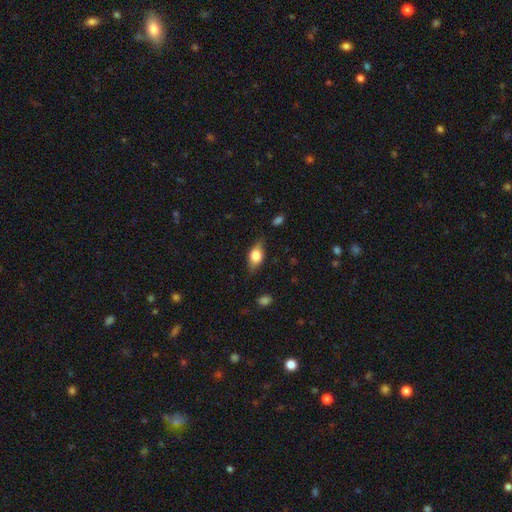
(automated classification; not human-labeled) smooth-or-featured: smooth: 63% | featured or disk: 29% | star or artifact: 8%
  how-rounded: in between: 79% | round: 12% | cigar-shaped: 9%
  merging: none: 76% | minor disturbance: 18% | major disturbance: 5% | merger: 1%